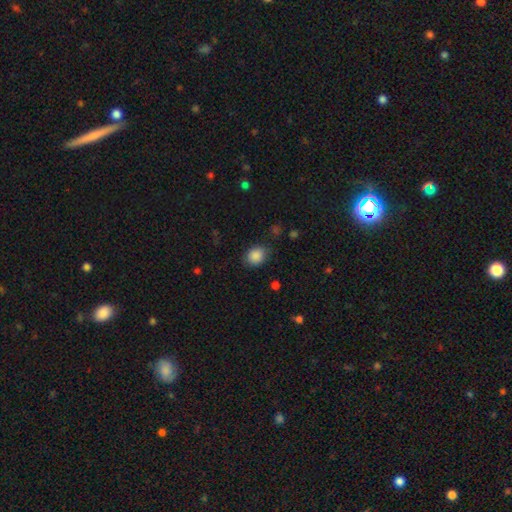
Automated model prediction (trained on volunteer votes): smooth_or_featured: smooth (p=0.87) [alt: star or artifact p=0.09]
how_rounded: round (p=0.62) [alt: in between p=0.37]
merging: none (p=0.79) [alt: minor disturbance p=0.15]